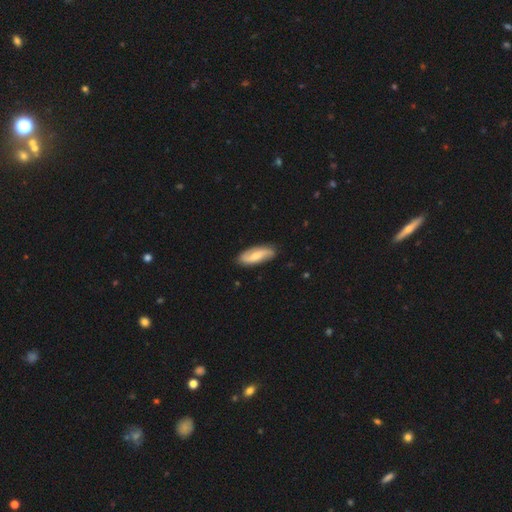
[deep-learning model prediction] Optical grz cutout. It shows a featured or disk galaxy (62%) with a weak bar (42%), 2 (90%) loose (58%) spiral arms (91%) and a moderate central bulge (49%). Merging: none (86%).